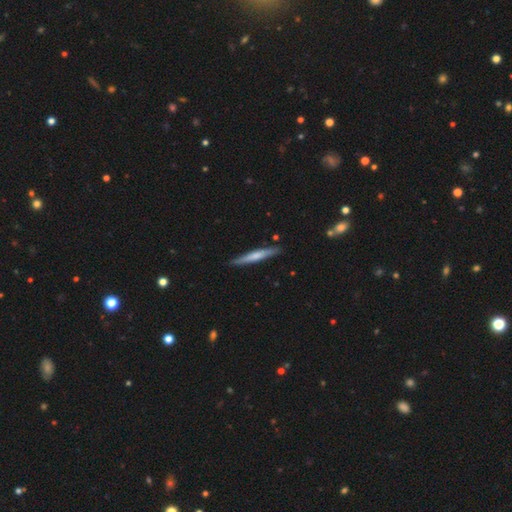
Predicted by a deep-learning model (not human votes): smooth_or_featured: smooth (p=0.53) [alt: featured or disk p=0.42]
how_rounded: cigar-shaped (p=0.95) [alt: in between p=0.04]
merging: none (p=0.88) [alt: minor disturbance p=0.09]